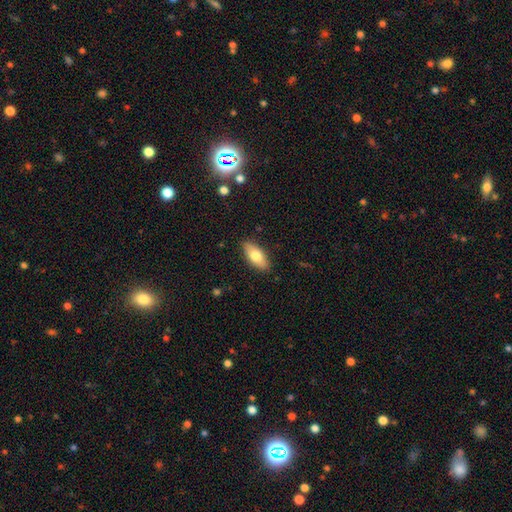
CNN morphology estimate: smooth_or_featured: smooth (p=0.73) [alt: featured or disk p=0.21]
how_rounded: in between (p=0.83) [alt: cigar-shaped p=0.15]
merging: none (p=0.87) [alt: minor disturbance p=0.09]